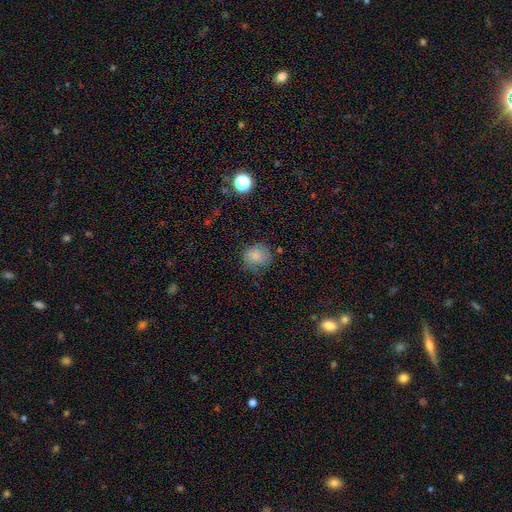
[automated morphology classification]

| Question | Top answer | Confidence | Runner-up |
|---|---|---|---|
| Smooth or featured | smooth | 81% | star or artifact (11%) |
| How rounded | round | 79% | in between (20%) |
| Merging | none | 66% | minor disturbance (24%) |